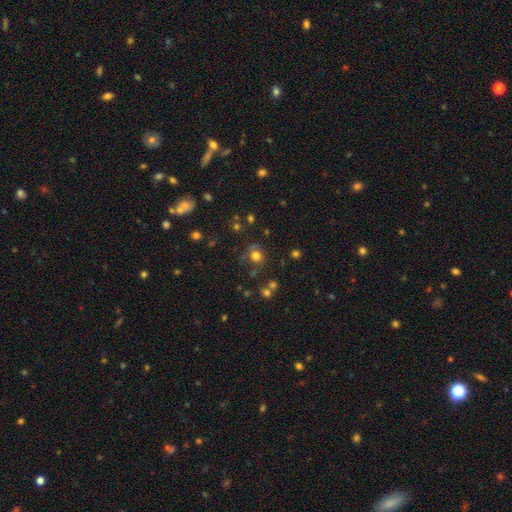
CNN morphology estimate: A smooth galaxy with no disk features (72%) that is round (80%).

Vote fractions:
- Smooth or featured? smooth: 72% / star or artifact: 19% / featured or disk: 10%
- How rounded? round: 80% / in between: 19% / cigar-shaped: 1%
- Merging? none: 66% / minor disturbance: 17% / major disturbance: 8% / merger: 8%